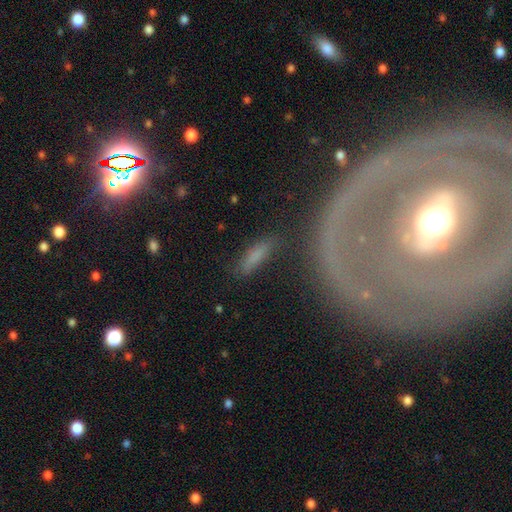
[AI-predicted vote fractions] Q: Smooth or featured?
A: smooth (65%); runner-up: featured or disk (23%)
Q: How rounded?
A: cigar-shaped (58%); runner-up: in between (37%)
Q: Merging?
A: none (73%); runner-up: minor disturbance (15%)